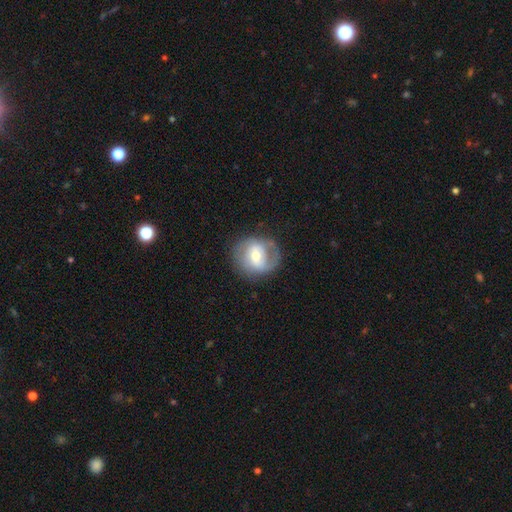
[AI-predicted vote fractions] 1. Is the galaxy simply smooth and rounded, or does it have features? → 58% featured or disk, 36% smooth, 7% star or artifact.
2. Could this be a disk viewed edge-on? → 96% no, 4% yes.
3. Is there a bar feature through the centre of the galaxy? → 44% weak, 34% no, 23% strong.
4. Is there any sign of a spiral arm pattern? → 68% yes, 32% no.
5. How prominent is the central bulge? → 64% moderate, 26% small, 8% large, 1% dominant, 1% none.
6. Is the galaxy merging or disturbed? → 71% none, 17% minor disturbance, 10% major disturbance, 1% merger.